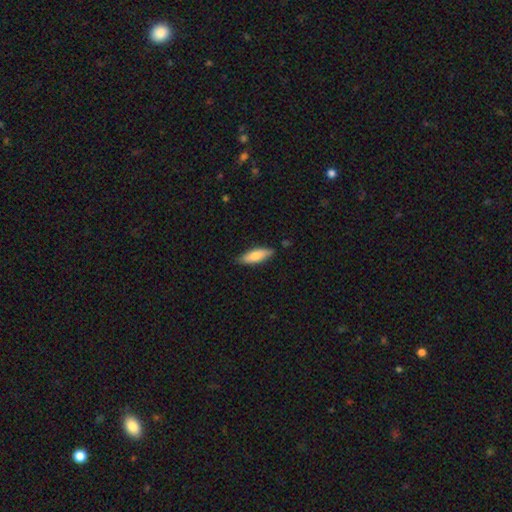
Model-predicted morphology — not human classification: Smooth or featured? smooth (77%)
How rounded? in between (54%)
Merging? none (84%)